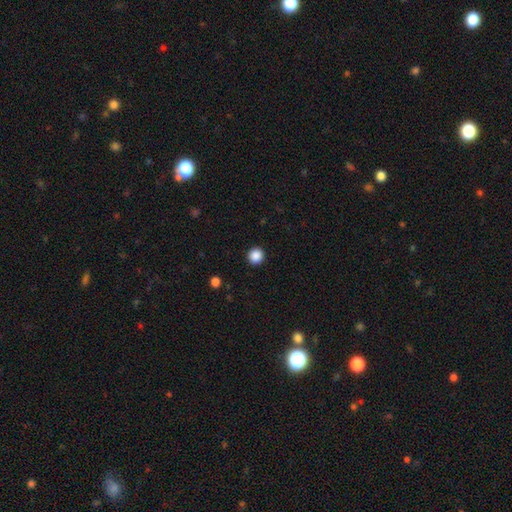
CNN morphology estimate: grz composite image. It shows a smooth galaxy with no disk features (88%) that is round (94%). Merging: none (93%).